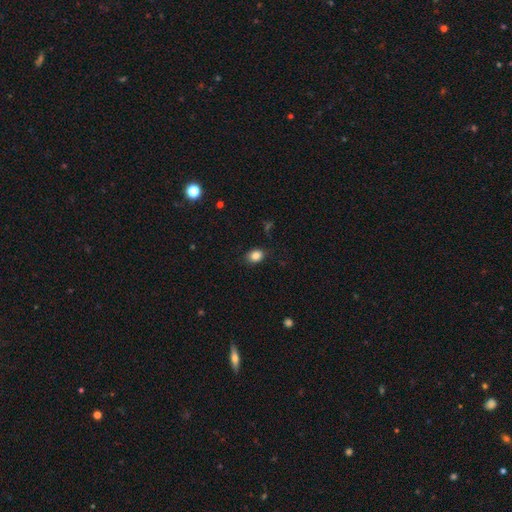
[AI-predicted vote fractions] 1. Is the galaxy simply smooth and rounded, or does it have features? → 84% smooth, 10% star or artifact, 6% featured or disk.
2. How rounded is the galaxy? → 60% in between, 39% round, 1% cigar-shaped.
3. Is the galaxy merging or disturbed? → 86% none, 11% minor disturbance, 2% major disturbance, 1% merger.